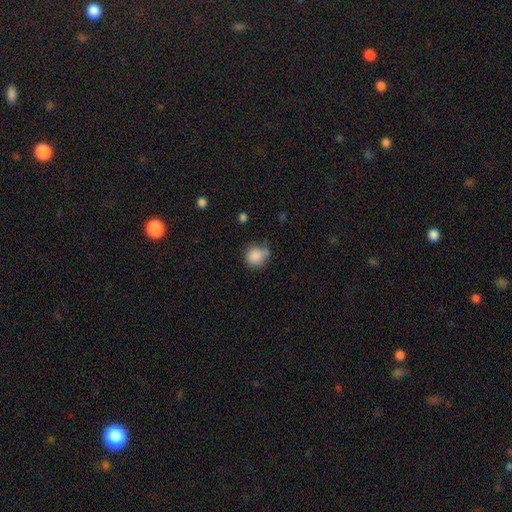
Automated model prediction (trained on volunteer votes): The model was most divided on "merging": none: 62%, minor disturbance: 25%, major disturbance: 7%, merger: 6%. More confident: smooth or featured — smooth (86%); how rounded — round (83%).